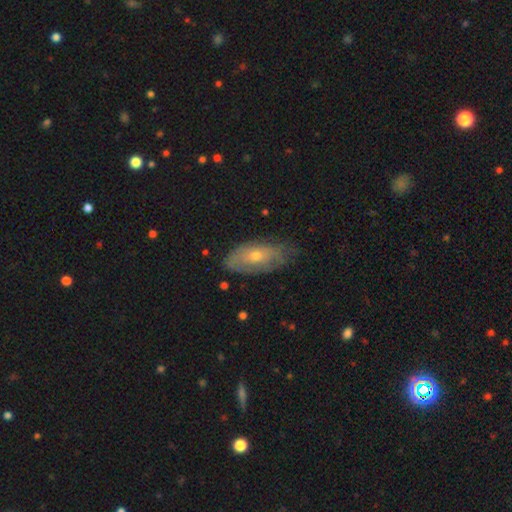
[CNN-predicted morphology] Smooth or featured? smooth (48%)
Merging? none (63%)